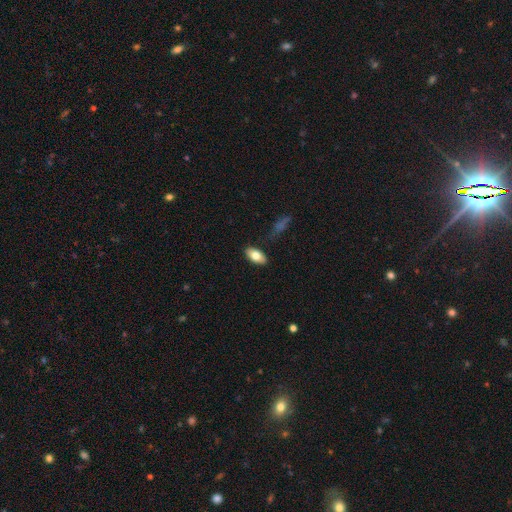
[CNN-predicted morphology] Smooth or featured? Predicted: smooth (p=0.78). How rounded? Predicted: in between (p=0.92). Merging? Predicted: none (p=0.86).